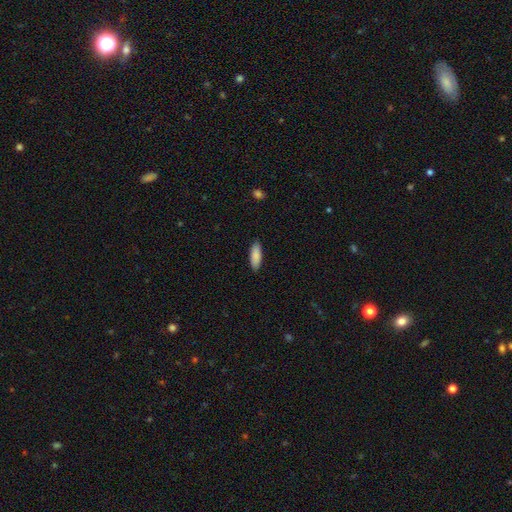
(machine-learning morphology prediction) smooth-or-featured: smooth: 88% | featured or disk: 6% | star or artifact: 6%
  how-rounded: in between: 63% | cigar-shaped: 35% | round: 2%
  merging: none: 89% | minor disturbance: 9% | major disturbance: 2% | merger: 1%